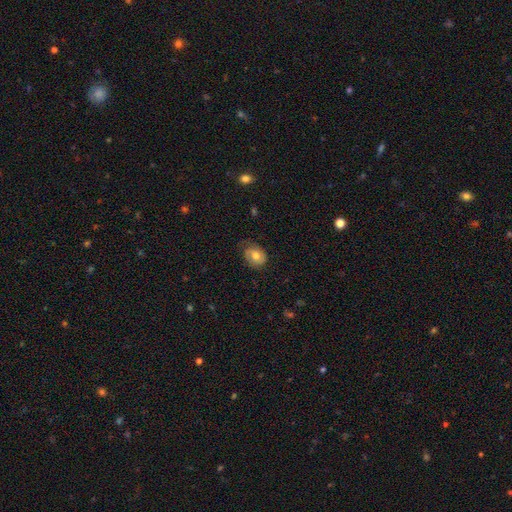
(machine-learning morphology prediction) Smooth or featured? Predicted: smooth (p=0.61). How rounded? Predicted: in between (p=0.58). Merging? Predicted: none (p=0.62).